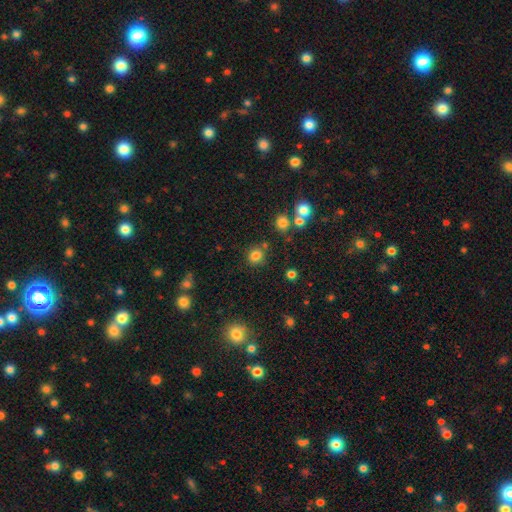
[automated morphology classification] Smooth or featured: smooth — 79% (star or artifact — 15%)
How rounded: round — 88% (in between — 11%)
Merging: none — 81% (minor disturbance — 9%)